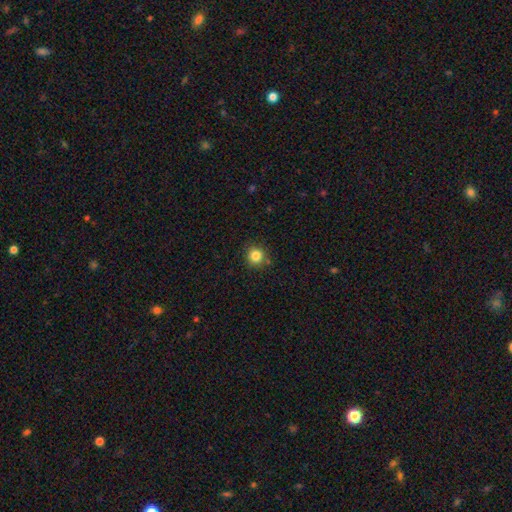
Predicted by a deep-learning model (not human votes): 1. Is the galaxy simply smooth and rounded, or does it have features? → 84% smooth, 11% star or artifact, 5% featured or disk.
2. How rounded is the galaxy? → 92% round, 7% in between, 1% cigar-shaped.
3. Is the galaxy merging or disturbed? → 85% none, 9% minor disturbance, 4% merger, 2% major disturbance.